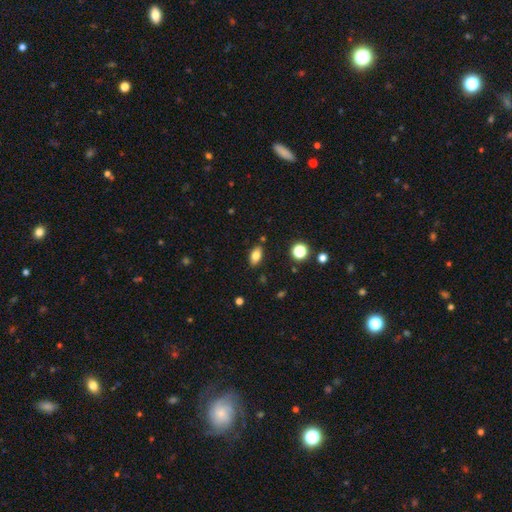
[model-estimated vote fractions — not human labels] smooth_or_featured: smooth (p=0.79) [alt: featured or disk p=0.11]
how_rounded: in between (p=0.88) [alt: round p=0.08]
merging: none (p=0.85) [alt: minor disturbance p=0.10]